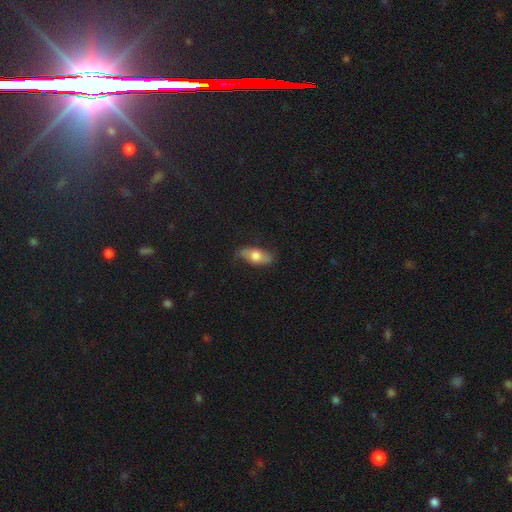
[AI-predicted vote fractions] Q: Smooth or featured?
A: smooth (62%); runner-up: featured or disk (32%)
Q: How rounded?
A: in between (80%); runner-up: cigar-shaped (15%)
Q: Merging?
A: none (75%); runner-up: minor disturbance (19%)